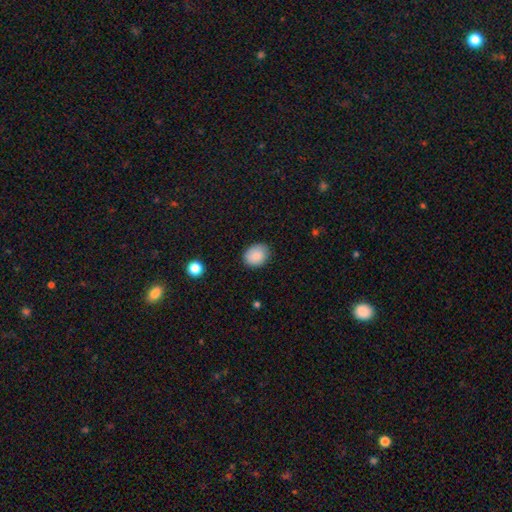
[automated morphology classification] Smooth or featured? smooth (87%)
How rounded? in between (53%)
Merging? none (83%)